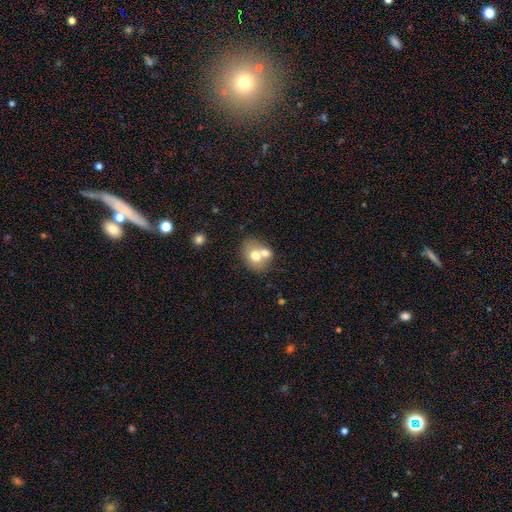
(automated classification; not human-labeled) smooth 68%, featured or disk 23%, star or artifact 9%. Down the decision tree: how rounded — round (51%); merging — merger (48%).